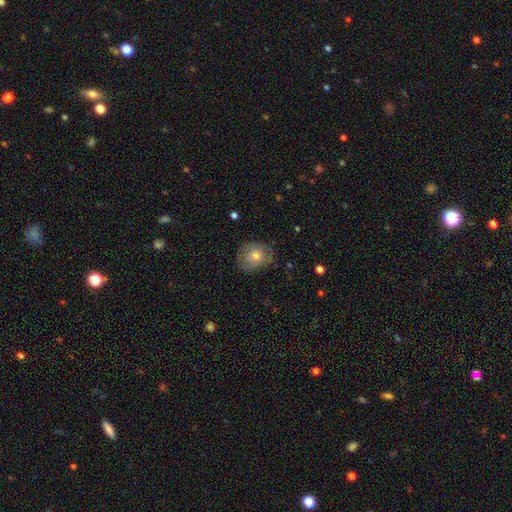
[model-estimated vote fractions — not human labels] Smooth or featured? Predicted: smooth (p=0.62). How rounded? Predicted: round (p=0.65). Merging? Predicted: none (p=0.71).